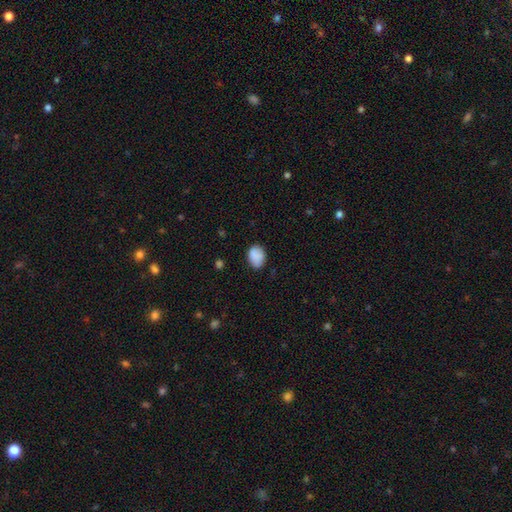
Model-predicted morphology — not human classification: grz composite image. It shows a smooth galaxy with no disk features (87%) that is in between round and cigar-shaped (69%). Merging: none (74%).